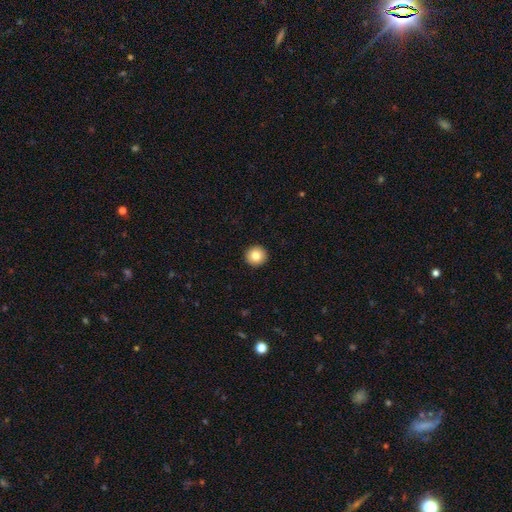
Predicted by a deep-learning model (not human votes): This is clearly a smooth galaxy (82%). How rounded: clearly round (96%). Merging: clearly none (94%).